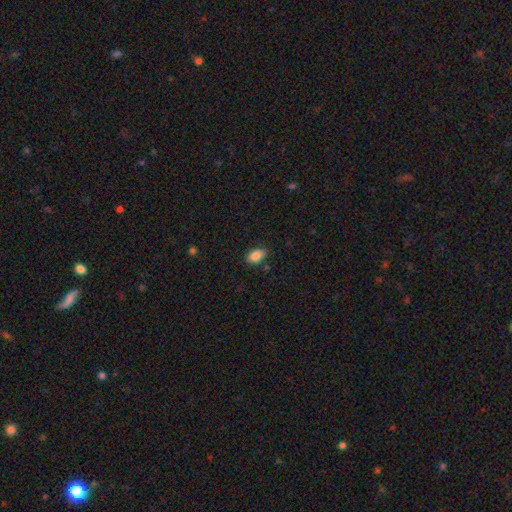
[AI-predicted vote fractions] Smooth or featured?
  - smooth: 87% *
  - star or artifact: 8%
  - featured or disk: 5%
How rounded?
  - in between: 88% *
  - round: 11%
  - cigar-shaped: 1%
Merging?
  - none: 79% *
  - minor disturbance: 16%
  - major disturbance: 3%
  - merger: 2%